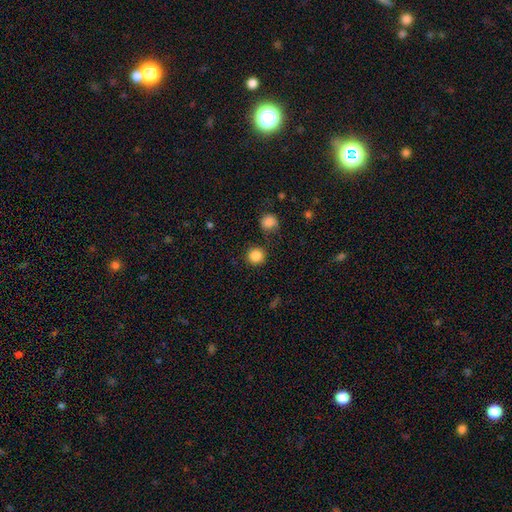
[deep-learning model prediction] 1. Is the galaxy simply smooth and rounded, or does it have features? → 86% smooth, 10% star or artifact, 3% featured or disk.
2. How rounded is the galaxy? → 94% round, 5% in between, 1% cigar-shaped.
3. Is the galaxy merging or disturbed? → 87% none, 7% minor disturbance, 4% merger, 3% major disturbance.